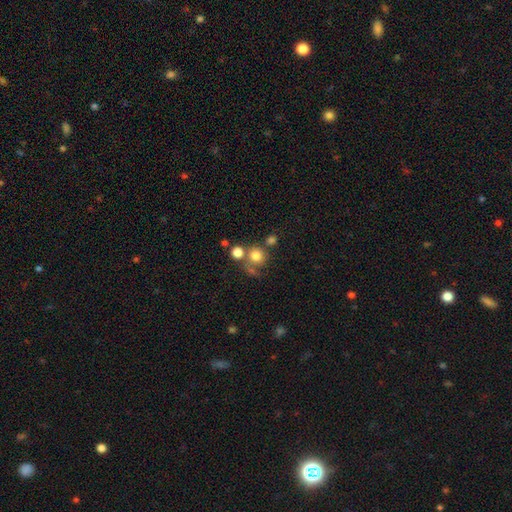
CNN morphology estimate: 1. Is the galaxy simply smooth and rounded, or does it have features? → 76% smooth, 12% featured or disk, 12% star or artifact.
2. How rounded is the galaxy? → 88% round, 11% in between, 1% cigar-shaped.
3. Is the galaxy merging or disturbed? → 52% none, 27% merger, 12% minor disturbance, 10% major disturbance.